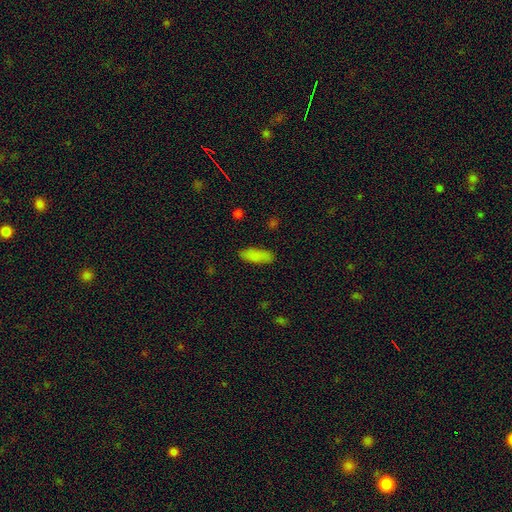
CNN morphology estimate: Smooth or featured?
  - smooth: 86% *
  - star or artifact: 7%
  - featured or disk: 7%
How rounded?
  - in between: 65% *
  - cigar-shaped: 33%
  - round: 2%
Merging?
  - none: 86% *
  - minor disturbance: 10%
  - major disturbance: 2%
  - merger: 1%